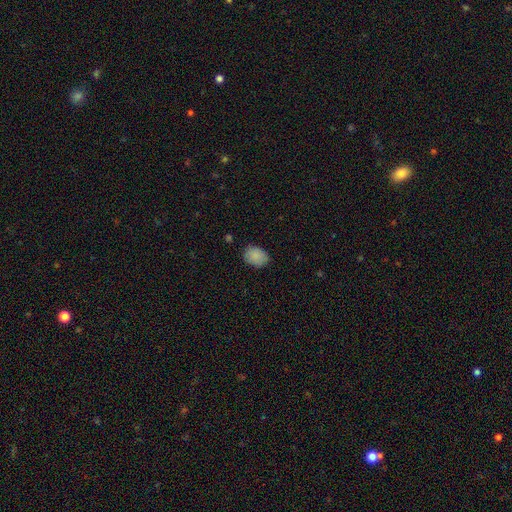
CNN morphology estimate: smooth 88%, star or artifact 7%, featured or disk 5%. Down the decision tree: how rounded — in between (70%); merging — none (82%).